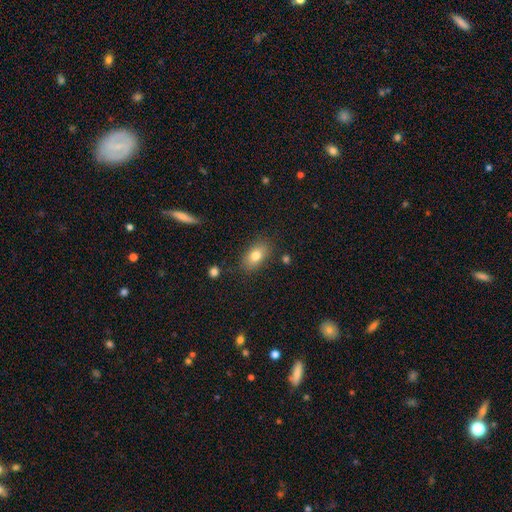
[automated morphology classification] Smooth or featured?
  - smooth: 79% *
  - featured or disk: 12%
  - star or artifact: 9%
How rounded?
  - in between: 87% *
  - round: 9%
  - cigar-shaped: 3%
Merging?
  - none: 83% *
  - minor disturbance: 12%
  - major disturbance: 3%
  - merger: 2%